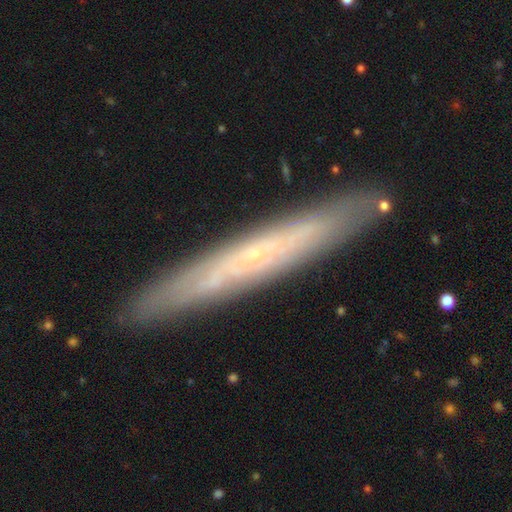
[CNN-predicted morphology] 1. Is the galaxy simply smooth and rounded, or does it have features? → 65% featured or disk, 28% smooth, 7% star or artifact.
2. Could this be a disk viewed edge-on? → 81% yes, 19% no.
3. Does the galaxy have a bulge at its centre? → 71% none, 26% rounded, 3% boxy.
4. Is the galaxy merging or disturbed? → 90% none, 7% minor disturbance, 1% major disturbance, 1% merger.